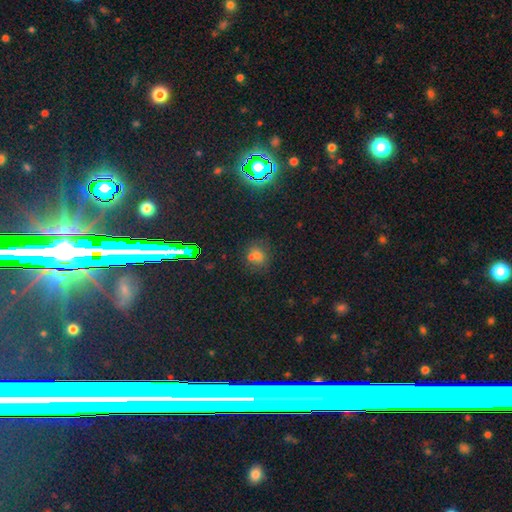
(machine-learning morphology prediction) Smooth or featured?
  - smooth: 53% *
  - star or artifact: 35%
  - featured or disk: 12%
How rounded?
  - round: 79% *
  - in between: 20%
  - cigar-shaped: 1%
Merging?
  - none: 57% *
  - merger: 30%
  - minor disturbance: 10%
  - major disturbance: 4%